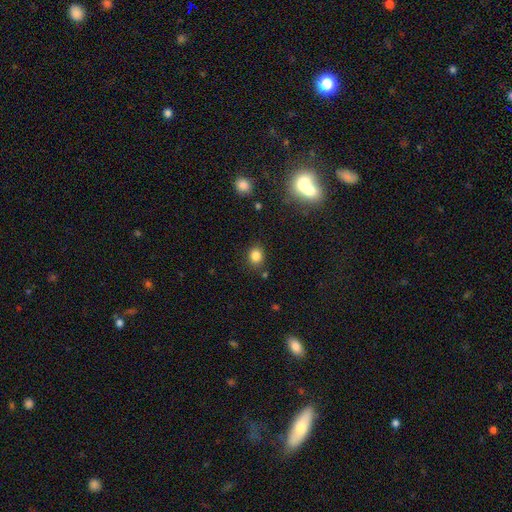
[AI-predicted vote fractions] smooth_or_featured: smooth (p=0.83) [alt: star or artifact p=0.12]
how_rounded: round (p=0.64) [alt: in between p=0.35]
merging: none (p=0.83) [alt: minor disturbance p=0.11]